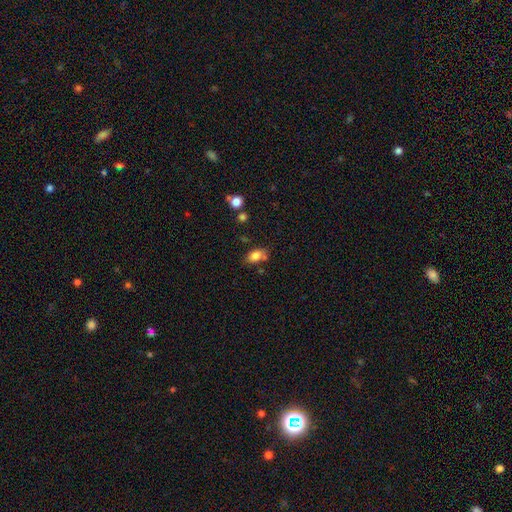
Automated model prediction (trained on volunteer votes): A smooth galaxy with no disk features (82%) that is in between round and cigar-shaped (84%).

Vote fractions:
- Smooth or featured? smooth: 82% / star or artifact: 10% / featured or disk: 9%
- How rounded? in between: 84% / round: 14% / cigar-shaped: 2%
- Merging? none: 65% / minor disturbance: 17% / merger: 13% / major disturbance: 5%